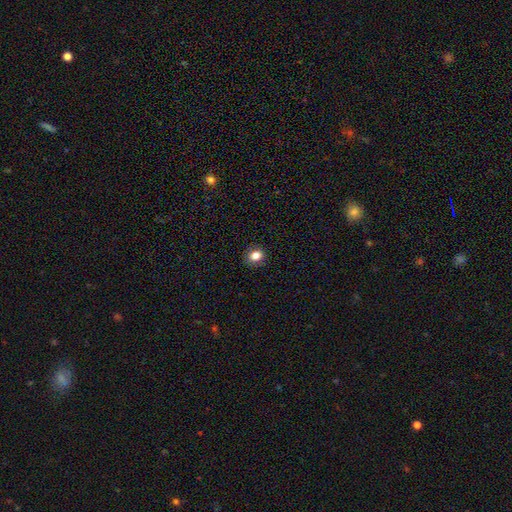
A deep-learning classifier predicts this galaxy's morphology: type=smooth (82%); roundness=round (58%); merging=none (88%).